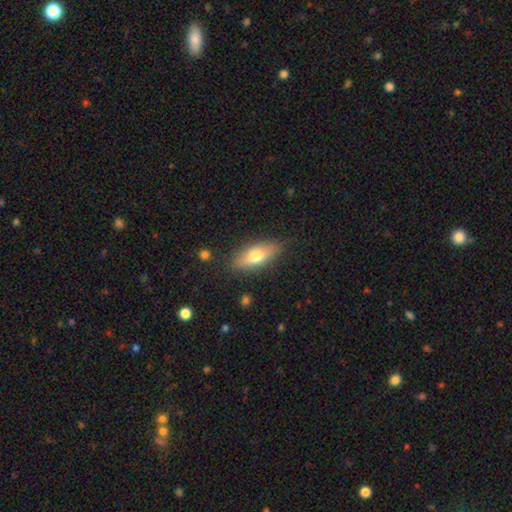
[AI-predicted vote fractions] This appears to be a smooth galaxy with no disk features (66%) that is in between round and cigar-shaped (72%). Merging: none (83%).